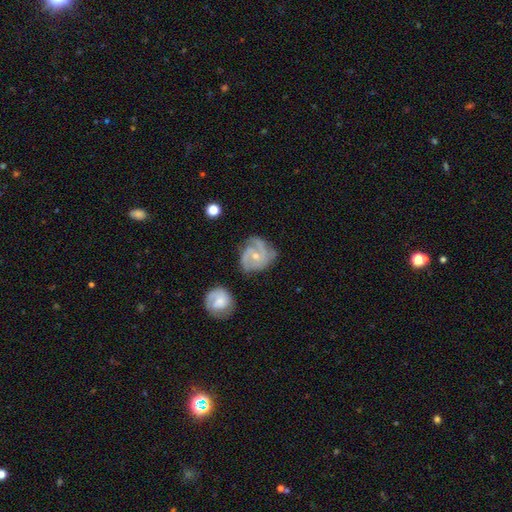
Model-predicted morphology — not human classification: Overall: featured or disk (81%). Edge-on disk: no (98%). Bar: no (67%; weak 27%). Spiral arms: yes (95%). Spiral arm count: 3 (40%; 2 31%). Spiral winding: medium (43%, tied with tight). Bulge size: small (61%; moderate 36%). Merging: none (55%; minor disturbance 26%).